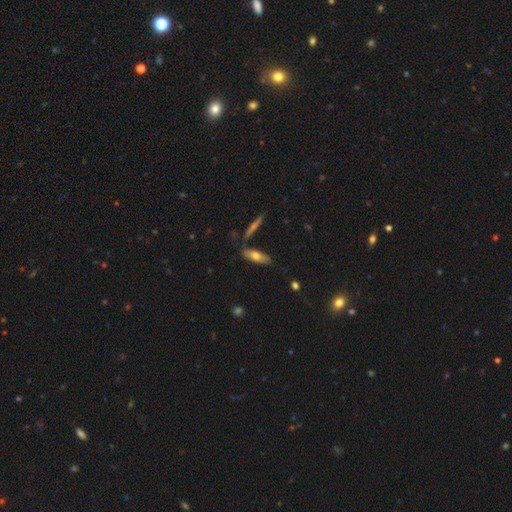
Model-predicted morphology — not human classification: Smooth or featured: smooth — 63% (featured or disk — 30%)
How rounded: in between — 52% (cigar-shaped — 45%)
Merging: none — 77% (minor disturbance — 13%)